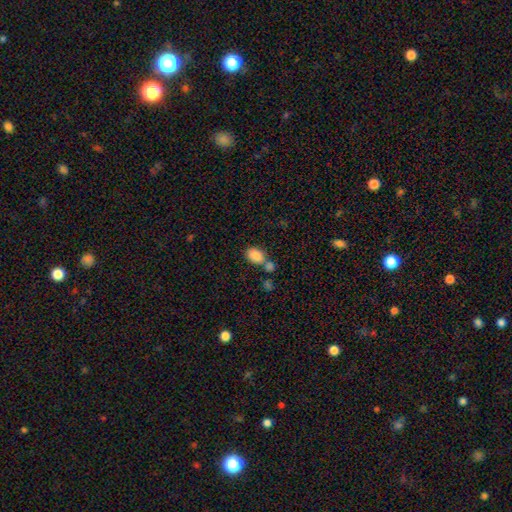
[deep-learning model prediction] smooth 86%, star or artifact 9%, featured or disk 6%. Down the decision tree: how rounded — in between (80%); merging — none (51%).